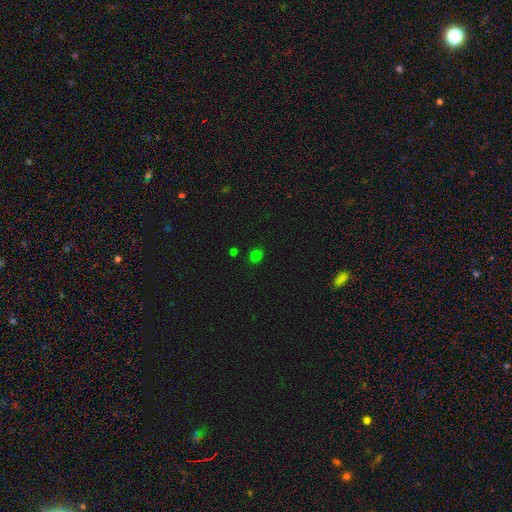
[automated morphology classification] This appears to be a smooth galaxy with no disk features (75%) that is round (76%). Merging: none (87%).